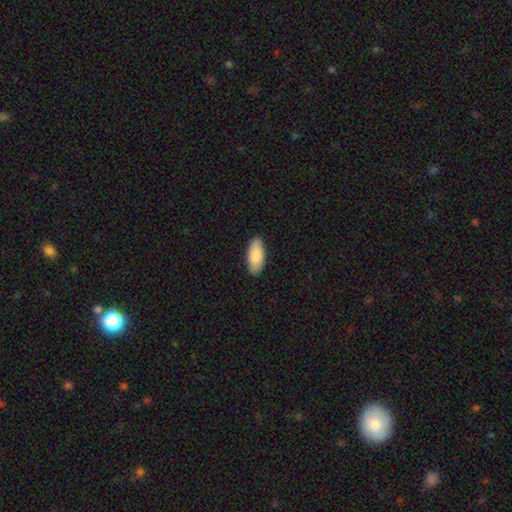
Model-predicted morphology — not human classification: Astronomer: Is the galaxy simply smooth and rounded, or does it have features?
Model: smooth — 86%.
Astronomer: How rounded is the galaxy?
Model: in between — 90%.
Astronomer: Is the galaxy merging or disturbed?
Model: none — 89%.